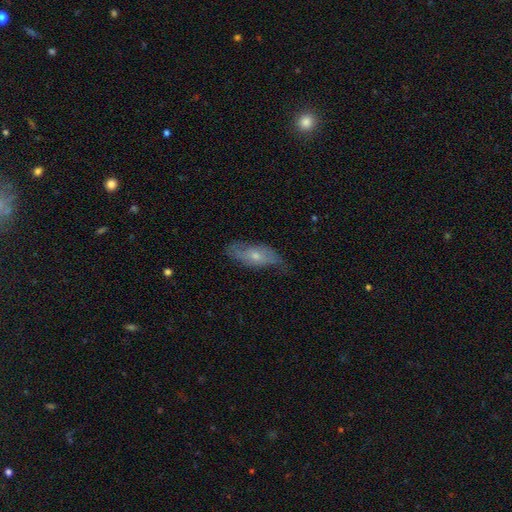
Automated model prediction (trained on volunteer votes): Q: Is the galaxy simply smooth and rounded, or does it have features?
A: featured or disk — 53%.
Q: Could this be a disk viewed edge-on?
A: no — 79%.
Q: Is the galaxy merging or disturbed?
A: none — 60%.